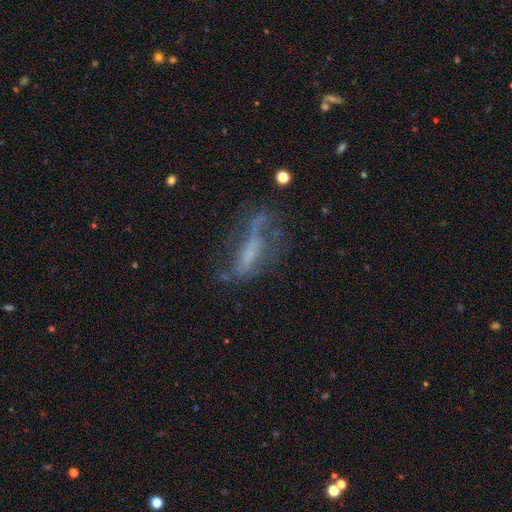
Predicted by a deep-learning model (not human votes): Smooth or featured? featured or disk (53%)
Edge-on disk? no (75%)
Merging? none (40%)